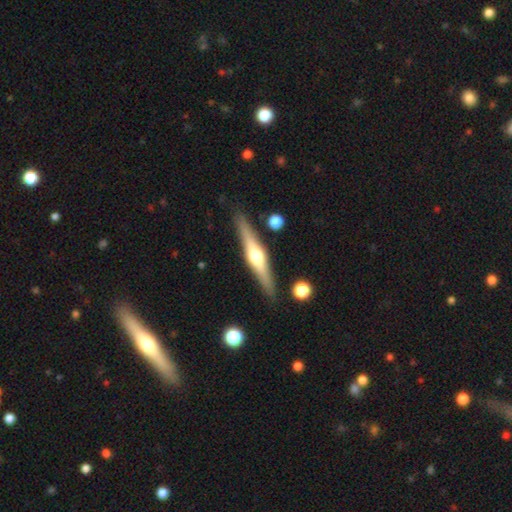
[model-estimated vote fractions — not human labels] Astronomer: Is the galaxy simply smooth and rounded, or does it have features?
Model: featured or disk — 70%.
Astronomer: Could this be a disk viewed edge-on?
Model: yes — 97%.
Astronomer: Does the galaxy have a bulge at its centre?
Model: rounded — 93%.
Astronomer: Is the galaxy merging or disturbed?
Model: none — 88%.